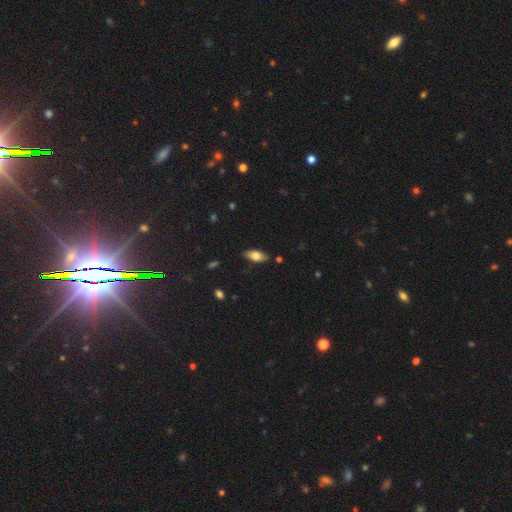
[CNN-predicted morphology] Overall: smooth (69%). How rounded: in between (82%). Merging: none (84%).